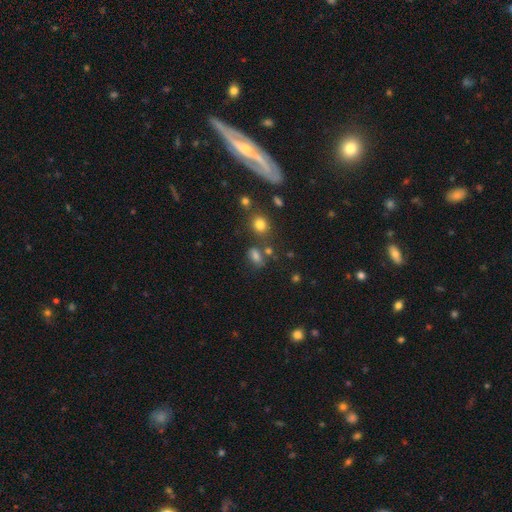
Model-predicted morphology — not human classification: Smooth or featured? smooth (72%)
How rounded? in between (76%)
Merging? none (58%)